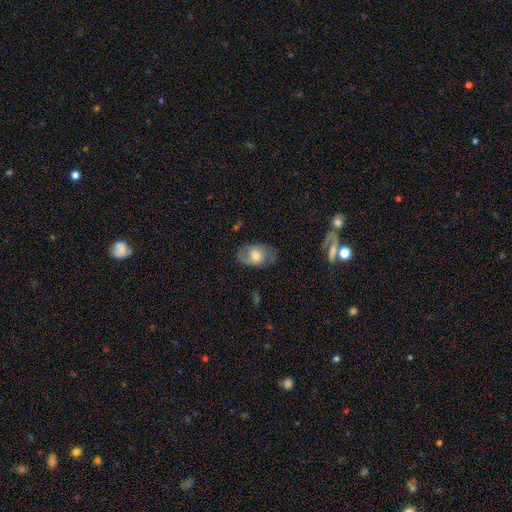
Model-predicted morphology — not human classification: Smooth or featured? Predicted: smooth (p=0.54). How rounded? Predicted: in between (p=0.85). Merging? Predicted: none (p=0.76).